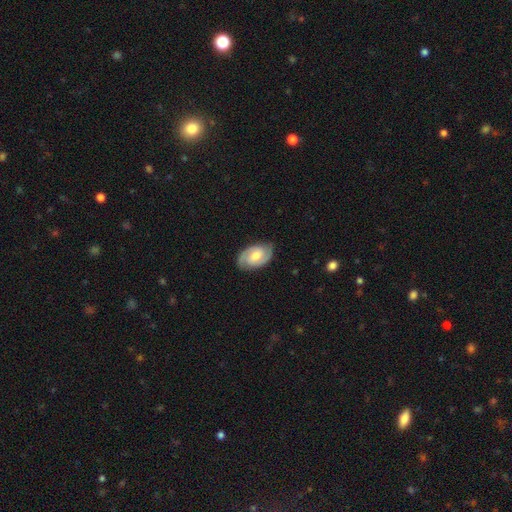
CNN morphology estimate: Q: Smooth or featured?
A: featured or disk (77%); runner-up: smooth (18%)
Q: Edge-on disk?
A: no (96%); runner-up: yes (4%)
Q: Bar?
A: weak (48%); runner-up: no (40%)
Q: Spiral arms?
A: yes (93%); runner-up: no (7%)
Q: Spiral winding?
A: tight (47%); runner-up: medium (42%)
Q: Spiral arm count?
A: 2 (89%); runner-up: can't tell (6%)
Q: Bulge size?
A: moderate (65%); runner-up: small (24%)
Q: Merging?
A: none (84%); runner-up: minor disturbance (12%)